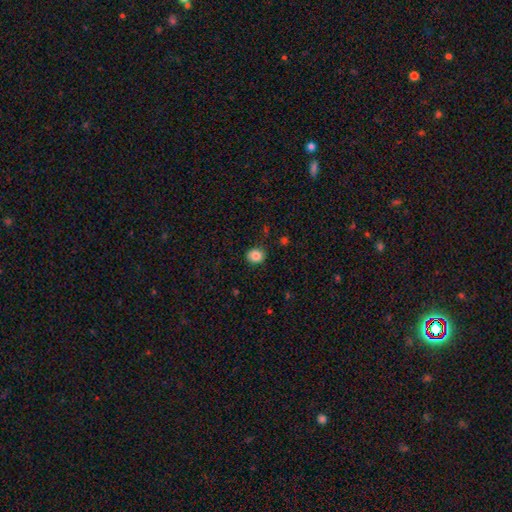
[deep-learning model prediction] Smooth or featured?
  - smooth: 85% *
  - star or artifact: 10%
  - featured or disk: 5%
How rounded?
  - round: 70% *
  - in between: 29%
  - cigar-shaped: 1%
Merging?
  - none: 87% *
  - minor disturbance: 10%
  - major disturbance: 2%
  - merger: 1%